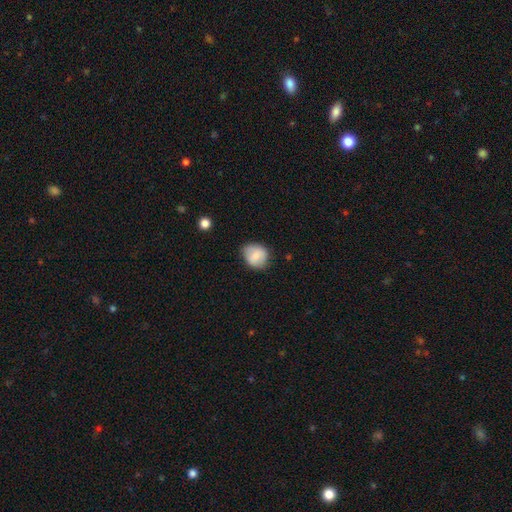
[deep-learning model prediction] A smooth galaxy with no disk features (78%) that is round (70%).

Vote fractions:
- Smooth or featured? smooth: 78% / featured or disk: 14% / star or artifact: 8%
- How rounded? round: 70% / in between: 29% / cigar-shaped: 1%
- Merging? none: 72% / minor disturbance: 22% / major disturbance: 5% / merger: 2%